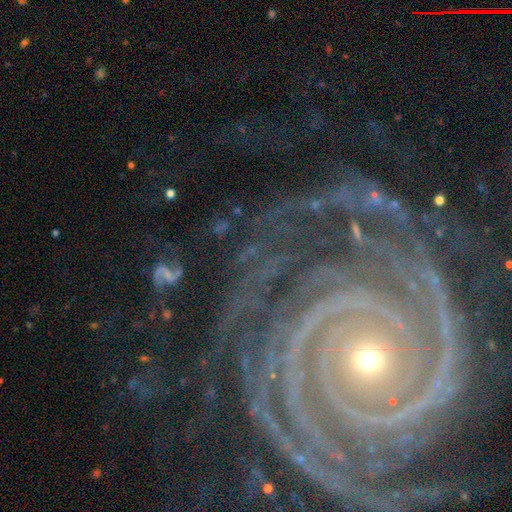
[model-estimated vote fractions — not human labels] This appears to be a featured or disk galaxy (91%) with no bar (72%), 2 (23%) tight (88%) spiral arms (99%) and a small central bulge (64%). Merging: none (76%).